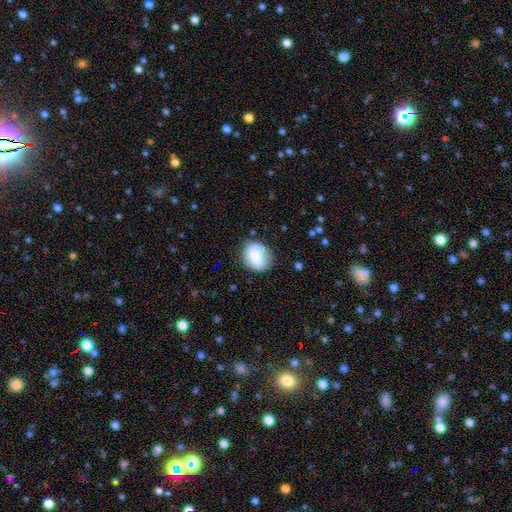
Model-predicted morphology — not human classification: This appears to be a smooth galaxy with no disk features (75%) that is round (61%). Merging: none (77%).